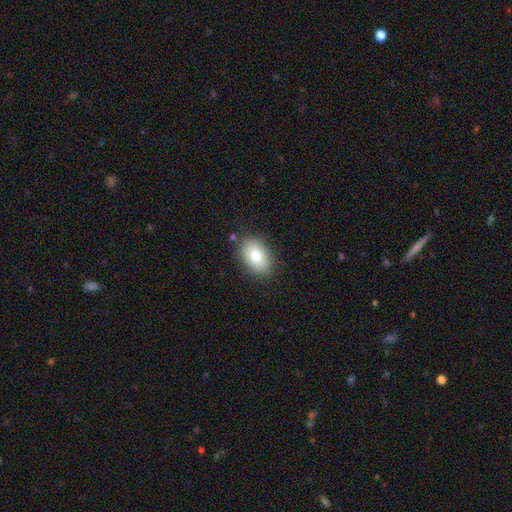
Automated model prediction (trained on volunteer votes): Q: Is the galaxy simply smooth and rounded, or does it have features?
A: smooth — 81%.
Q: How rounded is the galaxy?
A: in between — 90%.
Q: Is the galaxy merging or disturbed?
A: none — 85%.